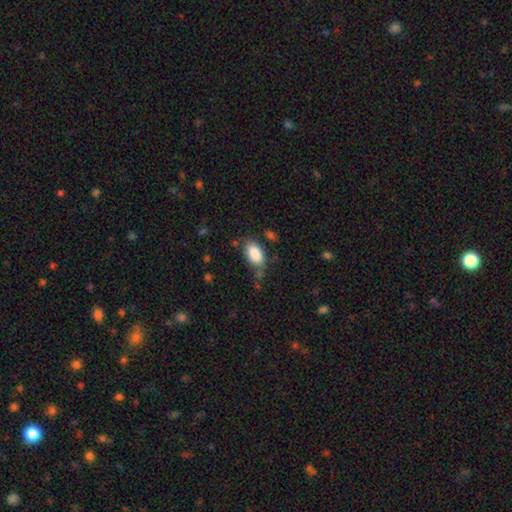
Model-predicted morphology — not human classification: smooth_or_featured: smooth (p=0.87) [alt: star or artifact p=0.07]
how_rounded: in between (p=0.93) [alt: round p=0.04]
merging: none (p=0.70) [alt: minor disturbance p=0.20]